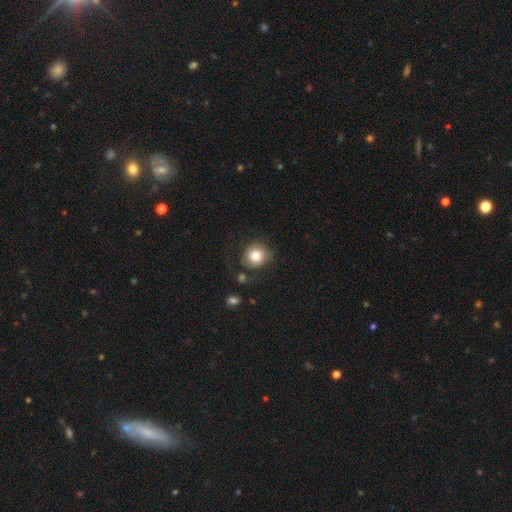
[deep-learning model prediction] Smooth or featured?
  - smooth: 79% *
  - featured or disk: 13%
  - star or artifact: 9%
How rounded?
  - round: 87% *
  - in between: 12%
  - cigar-shaped: 1%
Merging?
  - none: 66% *
  - minor disturbance: 18%
  - major disturbance: 11%
  - merger: 5%